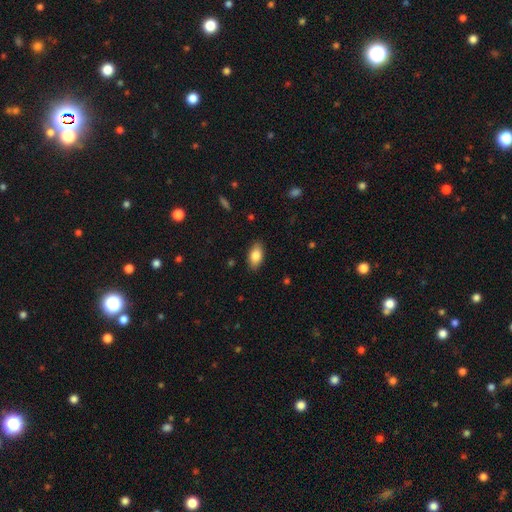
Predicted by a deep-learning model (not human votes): Smooth or featured: smooth — 82% (featured or disk — 10%)
How rounded: in between — 91% (round — 5%)
Merging: none — 87% (minor disturbance — 10%)